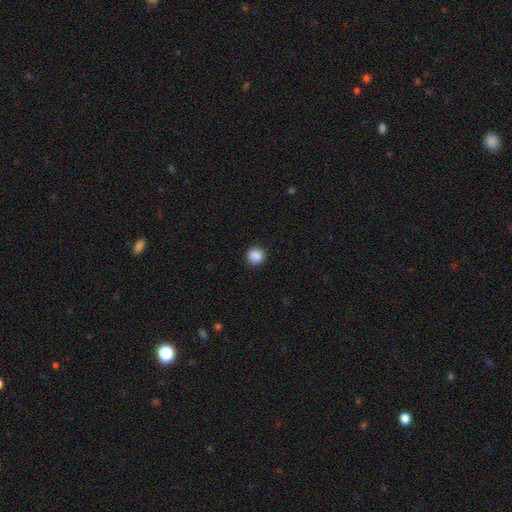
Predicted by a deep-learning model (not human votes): Overall: smooth (88%). How rounded: round (91%). Merging: none (90%).